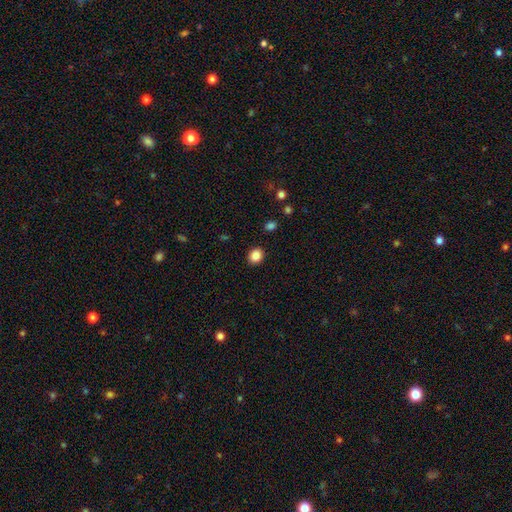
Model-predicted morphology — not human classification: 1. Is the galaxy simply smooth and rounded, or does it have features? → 86% smooth, 10% star or artifact, 4% featured or disk.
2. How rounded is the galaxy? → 68% round, 31% in between, 1% cigar-shaped.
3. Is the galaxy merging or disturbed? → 91% none, 6% minor disturbance, 2% major disturbance, 1% merger.